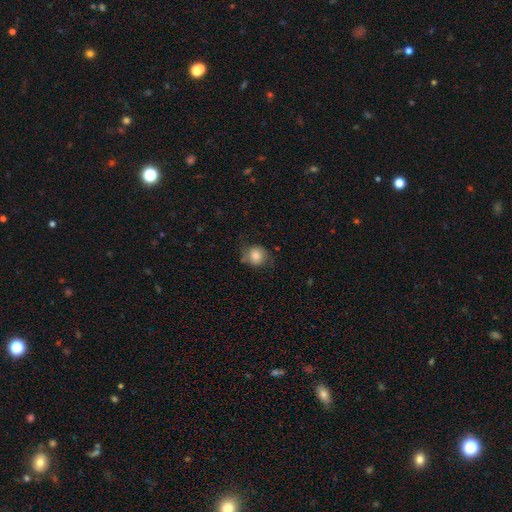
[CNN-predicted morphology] A smooth galaxy with no disk features (71%) that is round (77%). Merging: none (64%).